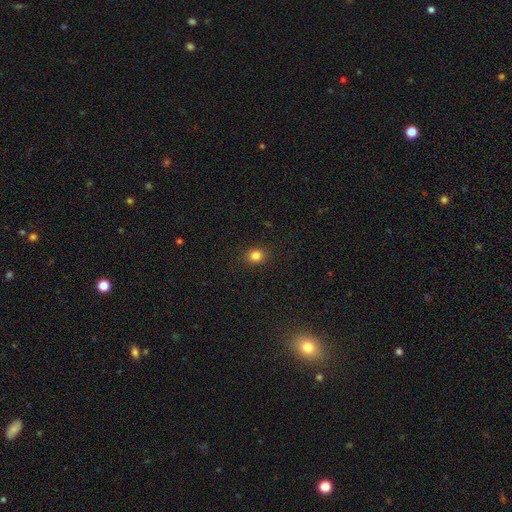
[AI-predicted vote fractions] A smooth galaxy with no disk features (84%) that is round (69%). Merging: none (90%).